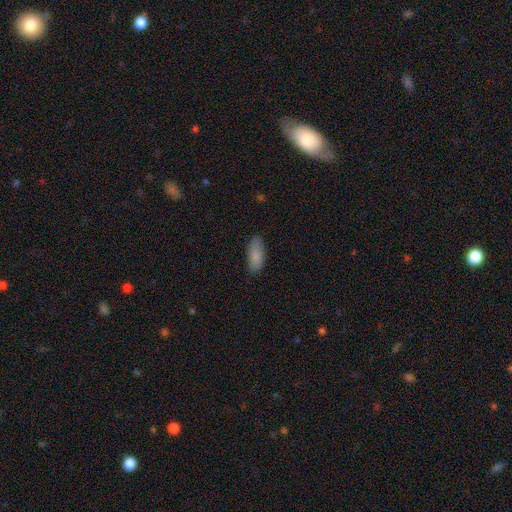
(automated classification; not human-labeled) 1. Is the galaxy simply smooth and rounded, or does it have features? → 85% smooth, 8% featured or disk, 7% star or artifact.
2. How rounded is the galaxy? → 80% in between, 18% cigar-shaped, 2% round.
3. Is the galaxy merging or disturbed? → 82% none, 14% minor disturbance, 3% major disturbance, 1% merger.